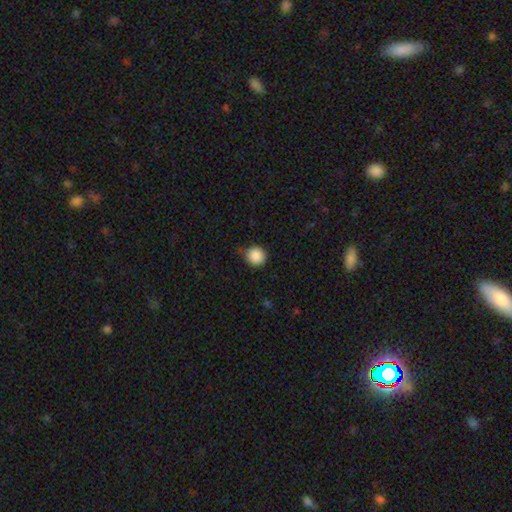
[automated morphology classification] smooth-or-featured: smooth: 88% | star or artifact: 9% | featured or disk: 3%
  how-rounded: round: 93% | in between: 6% | cigar-shaped: 1%
  merging: none: 79% | minor disturbance: 16% | major disturbance: 3% | merger: 2%